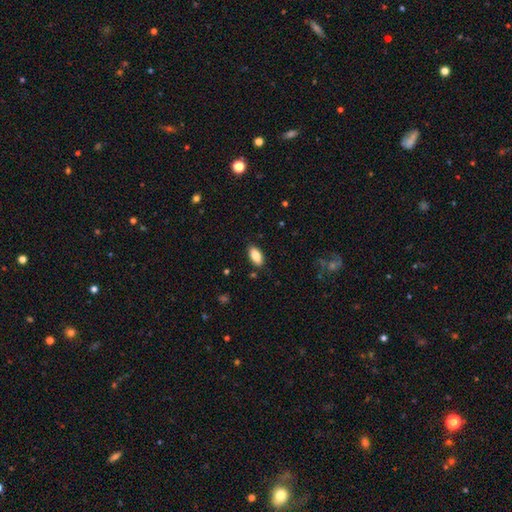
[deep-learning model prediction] A smooth galaxy with no disk features (84%) that is in between round and cigar-shaped (90%).

Vote fractions:
- Smooth or featured? smooth: 84% / featured or disk: 9% / star or artifact: 7%
- How rounded? in between: 90% / cigar-shaped: 7% / round: 2%
- Merging? none: 86% / minor disturbance: 10% / major disturbance: 2% / merger: 1%